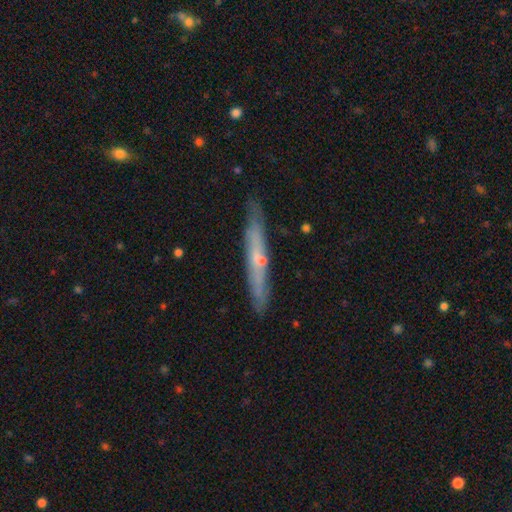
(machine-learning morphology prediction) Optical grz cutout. It shows a featured or disk galaxy (58%) viewed edge-on (89%) with no central bulge (53%). Merging: none (83%).